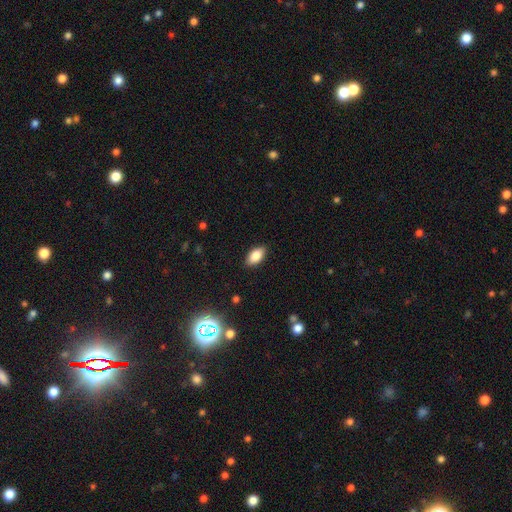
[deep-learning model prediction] Morphology: type=smooth (84%); roundness=in between (92%); merging=none (88%).